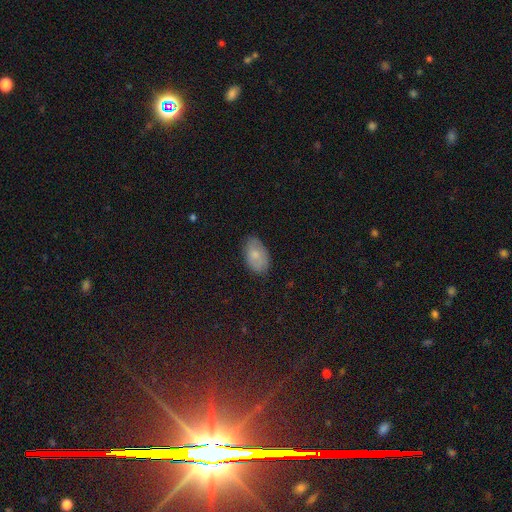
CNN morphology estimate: Smooth or featured: smooth — 77% (featured or disk — 16%)
How rounded: in between — 92% (round — 7%)
Merging: none — 78% (minor disturbance — 18%)